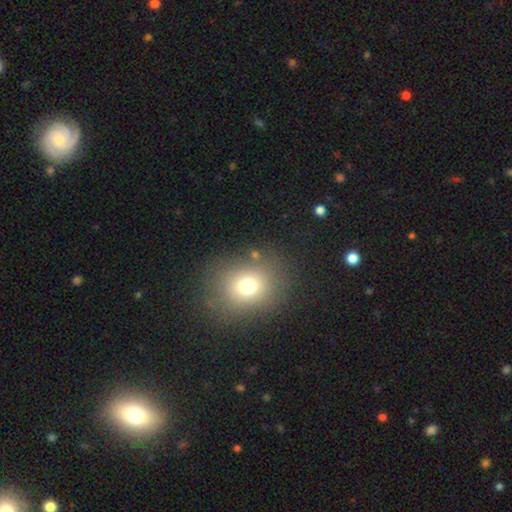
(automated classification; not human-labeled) smooth-or-featured: smooth: 72% | star or artifact: 16% | featured or disk: 12%
  how-rounded: round: 62% | in between: 36% | cigar-shaped: 1%
  merging: none: 80% | minor disturbance: 12% | major disturbance: 5% | merger: 3%